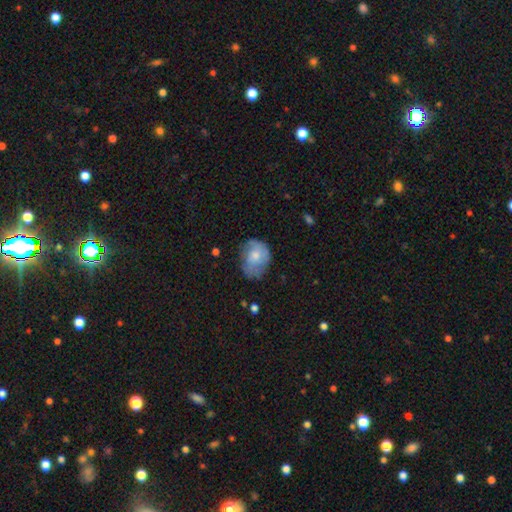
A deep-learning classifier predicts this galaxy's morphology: smooth 61%, featured or disk 32%, star or artifact 8%. Down the decision tree: how rounded — in between (54%); merging — none (51%).